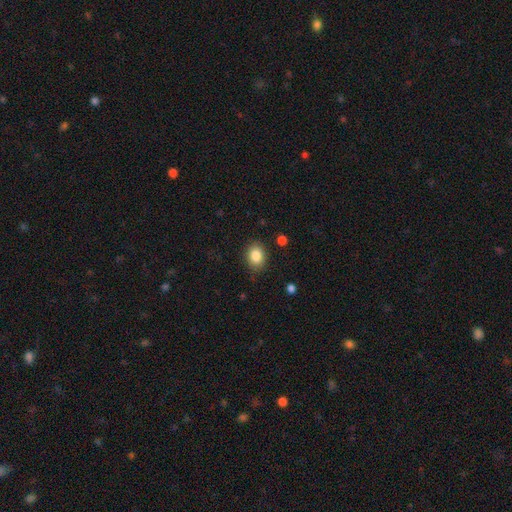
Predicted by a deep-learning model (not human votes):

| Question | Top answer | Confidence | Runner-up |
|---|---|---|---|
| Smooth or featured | smooth | 85% | star or artifact (9%) |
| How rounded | in between | 54% | round (45%) |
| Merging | none | 85% | minor disturbance (11%) |